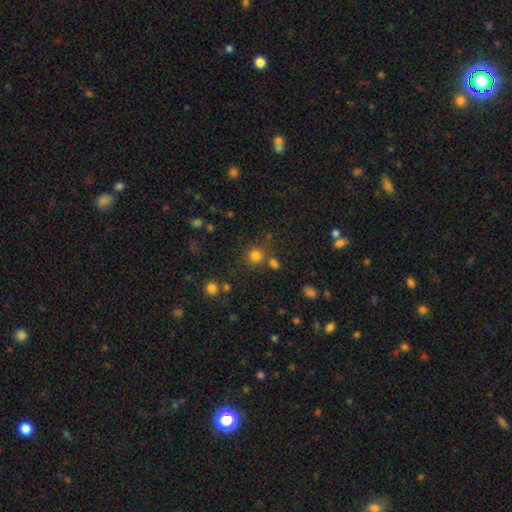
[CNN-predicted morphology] The model was most divided on "merging": none: 74%, merger: 12%, minor disturbance: 10%, major disturbance: 4%. More confident: how rounded — round (89%); smooth or featured — smooth (78%).